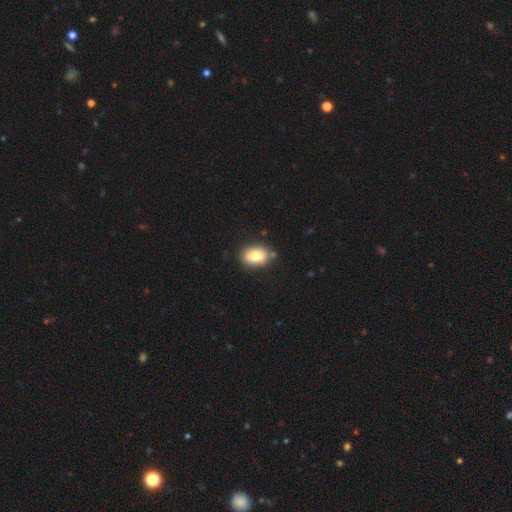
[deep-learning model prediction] smooth_or_featured: smooth (p=0.76) [alt: featured or disk p=0.16]
how_rounded: in between (p=0.76) [alt: round p=0.22]
merging: none (p=0.83) [alt: minor disturbance p=0.11]